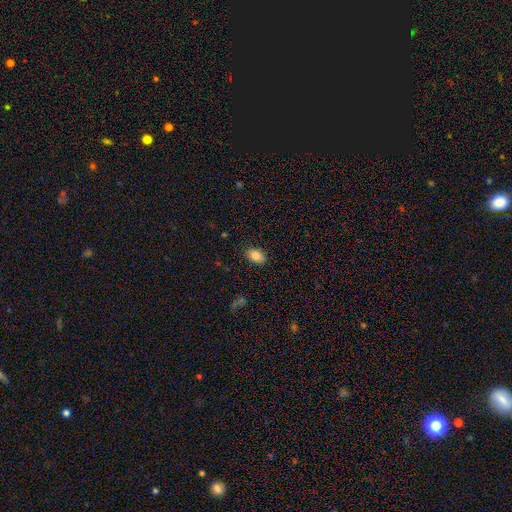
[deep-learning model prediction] smooth 86%, star or artifact 8%, featured or disk 6%. Down the decision tree: how rounded — in between (87%); merging — none (87%).